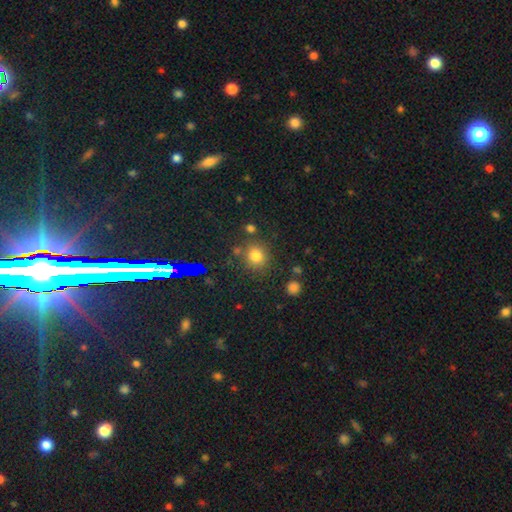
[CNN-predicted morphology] This is likely a smooth galaxy (75%). How rounded: clearly round (85%). Merging: likely none (79%).